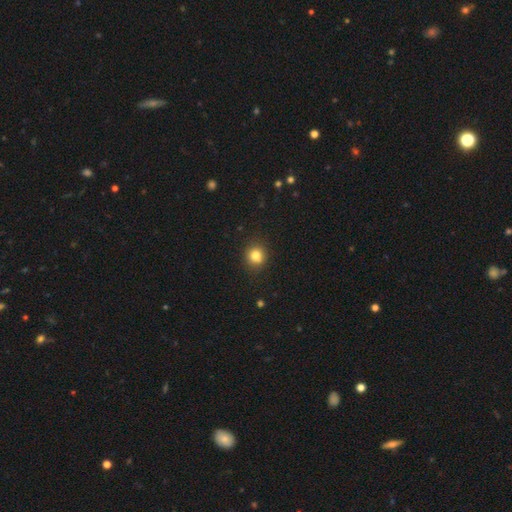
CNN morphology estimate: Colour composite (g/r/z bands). It shows a smooth galaxy with no disk features (83%) that is round (84%). Merging: none (88%).